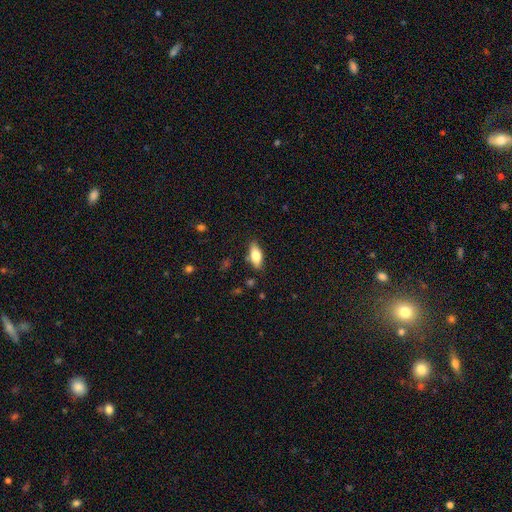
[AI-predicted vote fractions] This appears to be a smooth galaxy with no disk features (76%) that is in between round and cigar-shaped (81%). Merging: none (83%).